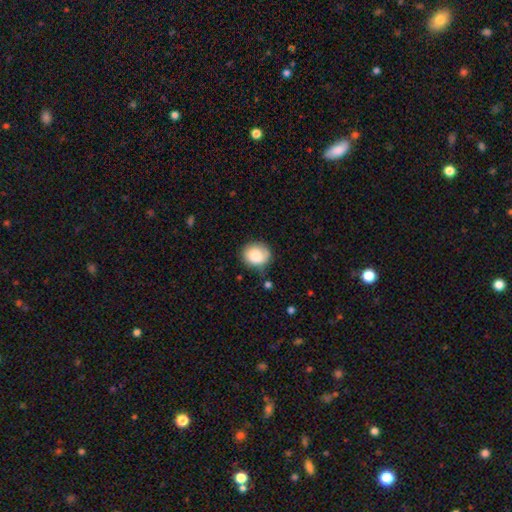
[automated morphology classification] A smooth galaxy with no disk features (82%) that is round (77%).

Vote fractions:
- Smooth or featured? smooth: 82% / featured or disk: 10% / star or artifact: 8%
- How rounded? round: 77% / in between: 22% / cigar-shaped: 1%
- Merging? none: 71% / minor disturbance: 21% / major disturbance: 5% / merger: 3%